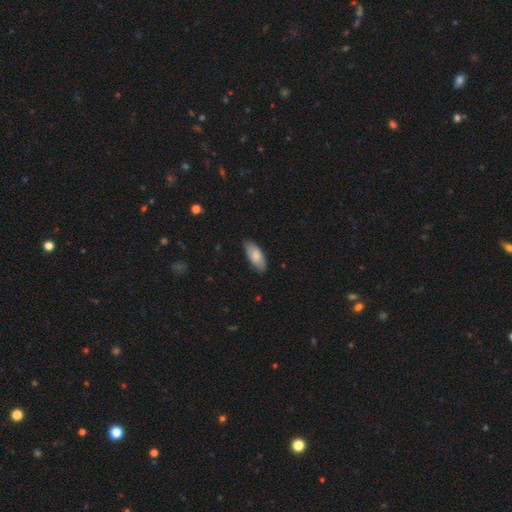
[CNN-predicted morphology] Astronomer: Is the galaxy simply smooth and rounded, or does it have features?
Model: smooth — 80%.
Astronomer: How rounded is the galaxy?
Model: in between — 85%.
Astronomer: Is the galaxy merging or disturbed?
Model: none — 81%.